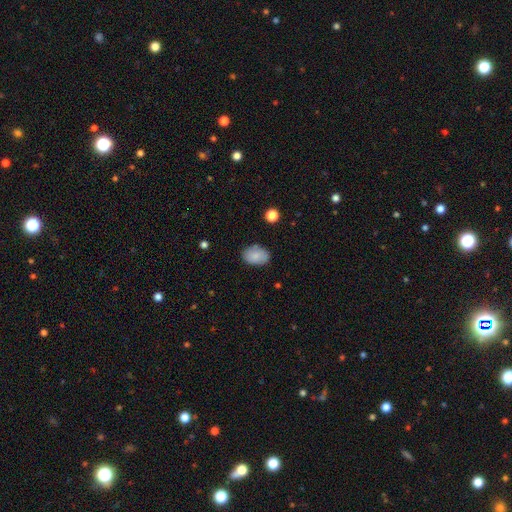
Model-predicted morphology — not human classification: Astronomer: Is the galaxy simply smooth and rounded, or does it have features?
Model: smooth — 86%.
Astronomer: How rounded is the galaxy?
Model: in between — 84%.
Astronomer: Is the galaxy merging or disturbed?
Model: none — 82%.